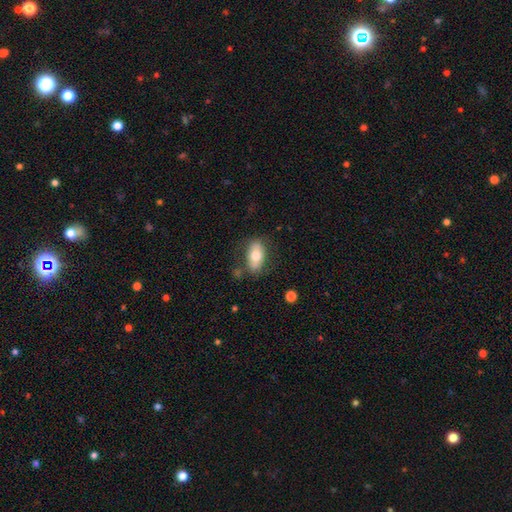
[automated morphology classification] Smooth or featured? Predicted: smooth (p=0.69). How rounded? Predicted: in between (p=0.90). Merging? Predicted: none (p=0.73).